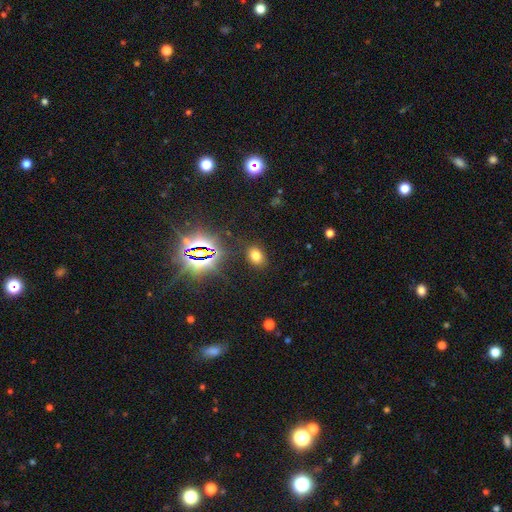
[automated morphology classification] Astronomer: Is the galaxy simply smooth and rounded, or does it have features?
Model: smooth — 68%.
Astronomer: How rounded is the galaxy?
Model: in between — 67%.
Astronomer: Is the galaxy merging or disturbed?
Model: none — 86%.